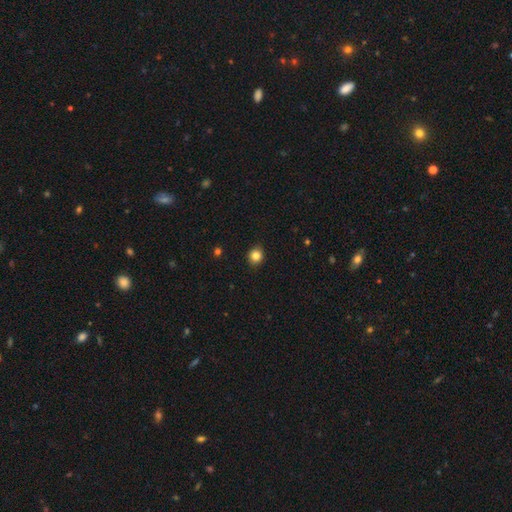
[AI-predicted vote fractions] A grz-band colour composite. It shows a smooth galaxy with no disk features (84%) that is round (85%). Merging: none (90%).